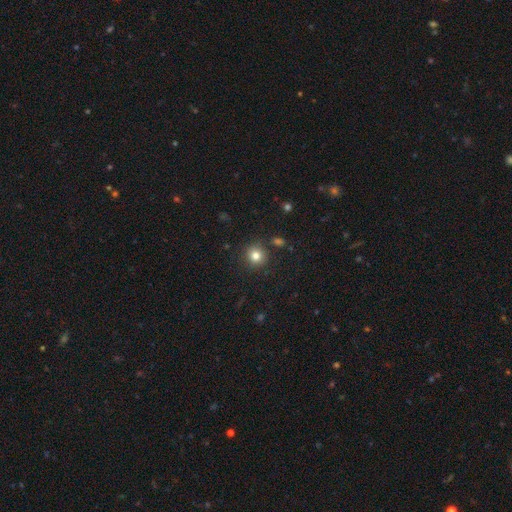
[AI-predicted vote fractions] Q: Smooth or featured?
A: smooth (82%); runner-up: star or artifact (12%)
Q: How rounded?
A: round (91%); runner-up: in between (8%)
Q: Merging?
A: none (86%); runner-up: minor disturbance (8%)